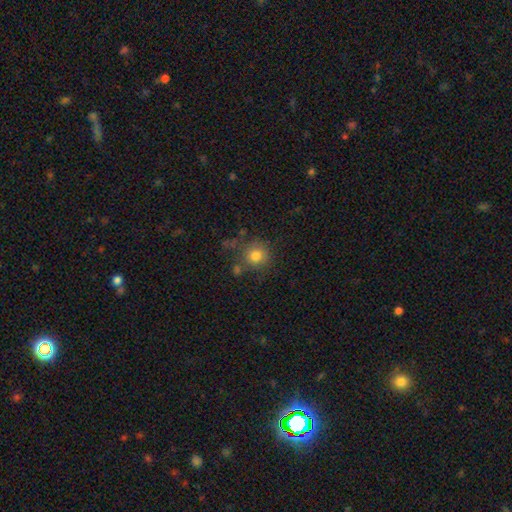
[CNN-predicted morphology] type=smooth (80%); roundness=round (91%); merging=none (69%).